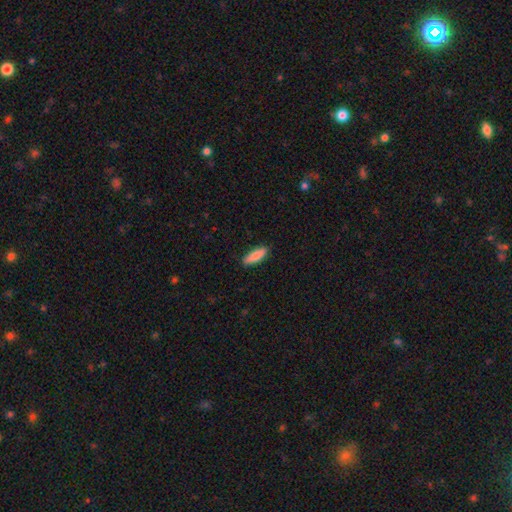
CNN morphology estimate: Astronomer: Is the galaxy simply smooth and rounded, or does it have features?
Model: smooth — 86%.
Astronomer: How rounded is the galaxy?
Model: in between — 54% (runner-up: cigar-shaped, 44%).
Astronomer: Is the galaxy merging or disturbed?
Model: none — 88%.